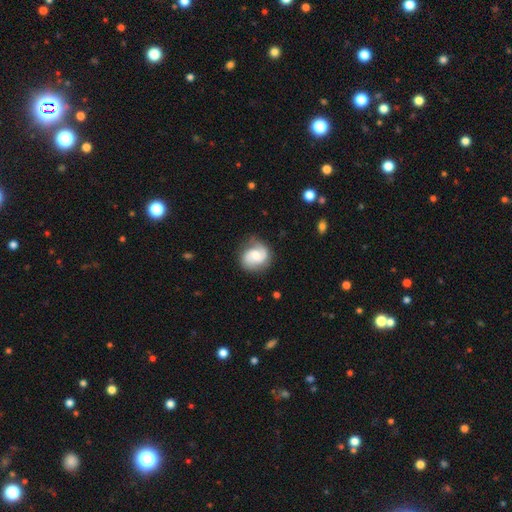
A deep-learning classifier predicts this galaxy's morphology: This is likely a featured or disk galaxy (69%). It is clearly not viewed edge-on (98%). Bar: possibly no (47%). Spiral arm pattern: clearly yes (93%). Spiral arm count: clearly 2 (80%). Spiral winding: possibly medium (46%). Central bulge: possibly moderate (50%). Merging: likely none (73%).